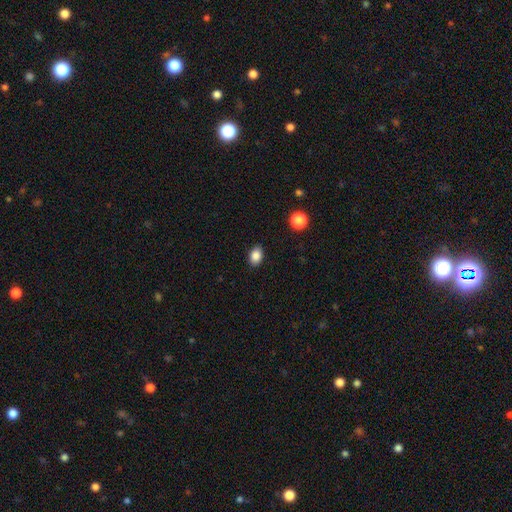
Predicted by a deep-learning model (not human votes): Morphology: type=smooth (86%); roundness=in between (77%); merging=none (88%).